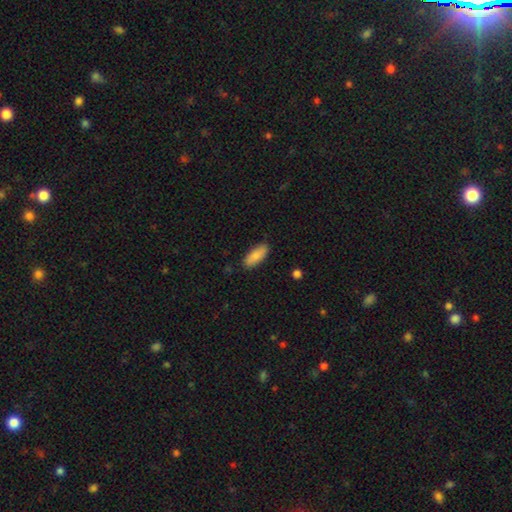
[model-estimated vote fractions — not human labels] smooth_or_featured: smooth (p=0.84) [alt: featured or disk p=0.10]
how_rounded: in between (p=0.78) [alt: cigar-shaped p=0.20]
merging: none (p=0.85) [alt: minor disturbance p=0.11]